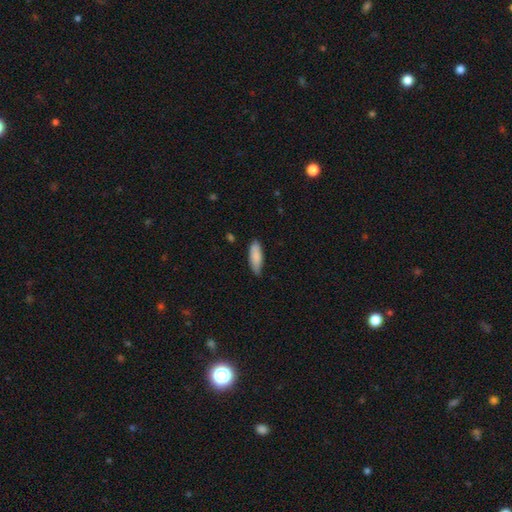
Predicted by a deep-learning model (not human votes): Smooth or featured? Predicted: smooth (p=0.86). How rounded? Predicted: in between (p=0.62). Merging? Predicted: none (p=0.76).